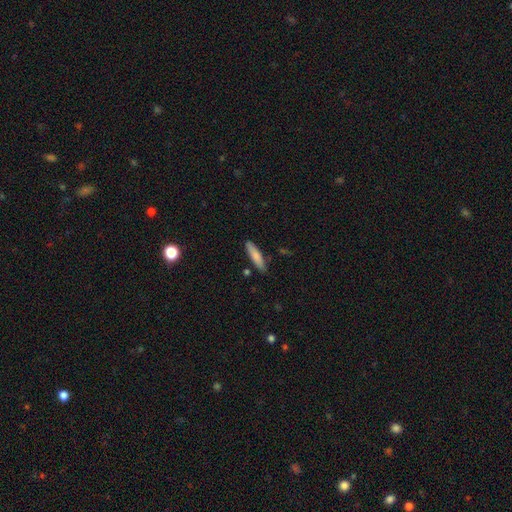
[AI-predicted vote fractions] Smooth or featured?
  - smooth: 80% *
  - featured or disk: 15%
  - star or artifact: 6%
How rounded?
  - cigar-shaped: 77% *
  - in between: 21%
  - round: 1%
Merging?
  - none: 85% *
  - minor disturbance: 10%
  - merger: 3%
  - major disturbance: 2%